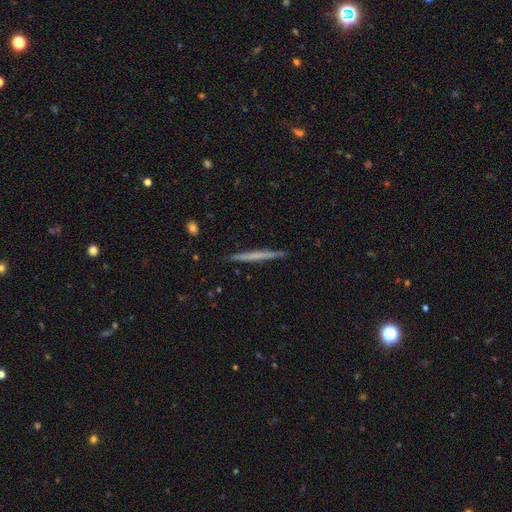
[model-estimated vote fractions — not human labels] A smooth galaxy with no disk features (48%). Merging: none (92%).